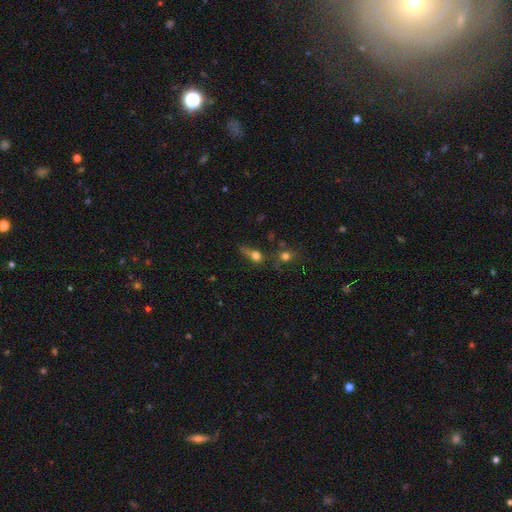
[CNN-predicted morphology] A smooth galaxy with no disk features (62%) that is round (45%). Merging: none (33%).